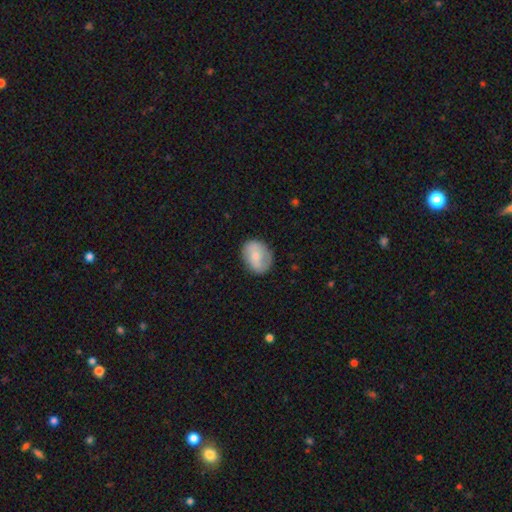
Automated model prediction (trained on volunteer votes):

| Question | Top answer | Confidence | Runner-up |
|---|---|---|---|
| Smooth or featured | smooth | 58% | featured or disk (35%) |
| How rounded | in between | 56% | round (43%) |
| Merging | none | 80% | minor disturbance (15%) |